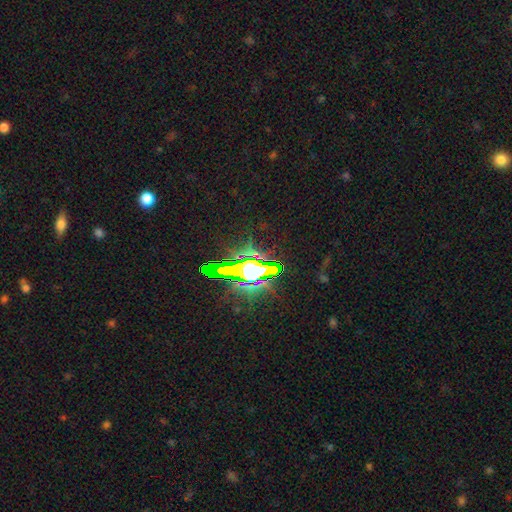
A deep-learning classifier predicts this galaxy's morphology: Q: Smooth or featured?
A: star or artifact (74%); runner-up: featured or disk (14%)